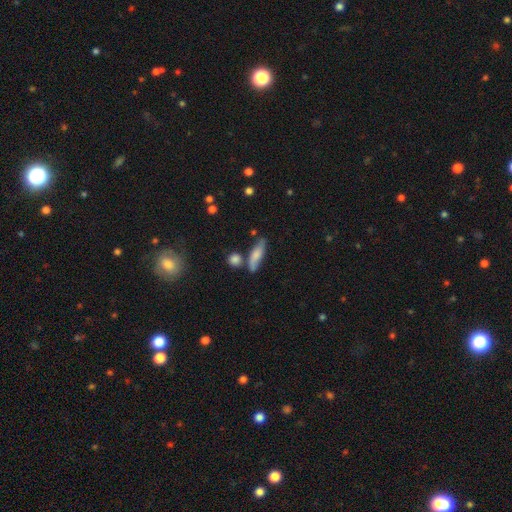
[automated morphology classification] The model was most divided on "how rounded": cigar-shaped: 53%, in between: 43%, round: 4%. More confident: smooth or featured — smooth (69%); merging — none (62%).